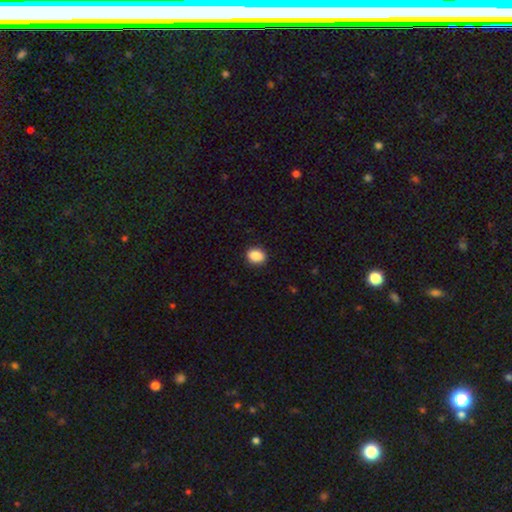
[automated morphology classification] smooth-or-featured: smooth: 89% | star or artifact: 8% | featured or disk: 3%
  how-rounded: in between: 55% | round: 44% | cigar-shaped: 1%
  merging: none: 89% | minor disturbance: 8% | major disturbance: 2% | merger: 1%